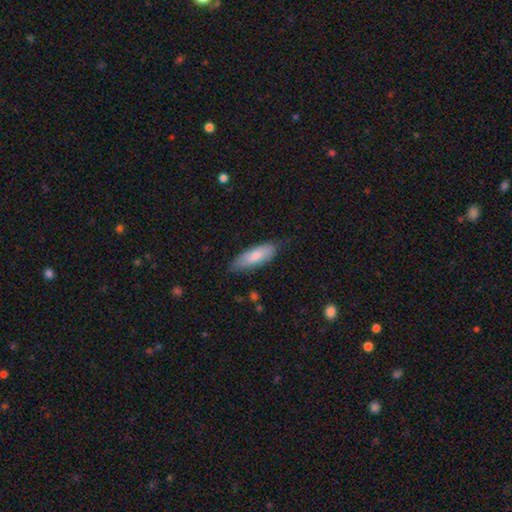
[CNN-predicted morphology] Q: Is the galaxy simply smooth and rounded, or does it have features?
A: smooth — 78%.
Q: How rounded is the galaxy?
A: in between — 64%.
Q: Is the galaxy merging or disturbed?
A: none — 73%.